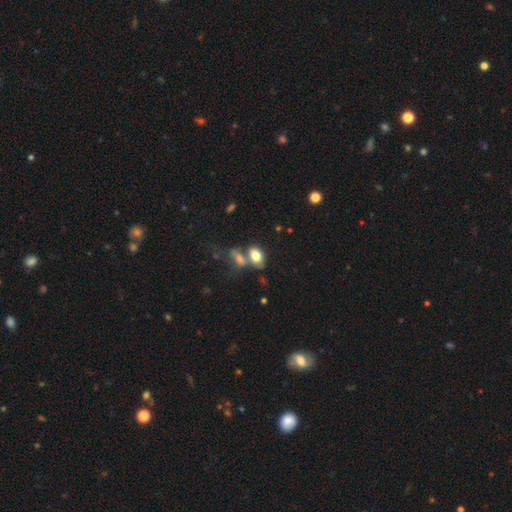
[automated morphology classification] Smooth or featured? Predicted: smooth (p=0.77). How rounded? Predicted: in between (p=0.86). Merging? Predicted: none (p=0.43).